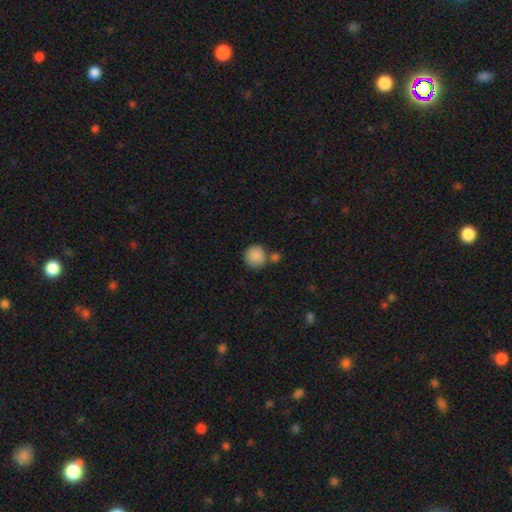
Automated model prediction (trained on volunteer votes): smooth-or-featured: smooth: 88% | star or artifact: 8% | featured or disk: 4%
  how-rounded: round: 91% | in between: 8% | cigar-shaped: 1%
  merging: none: 66% | merger: 20% | minor disturbance: 11% | major disturbance: 4%